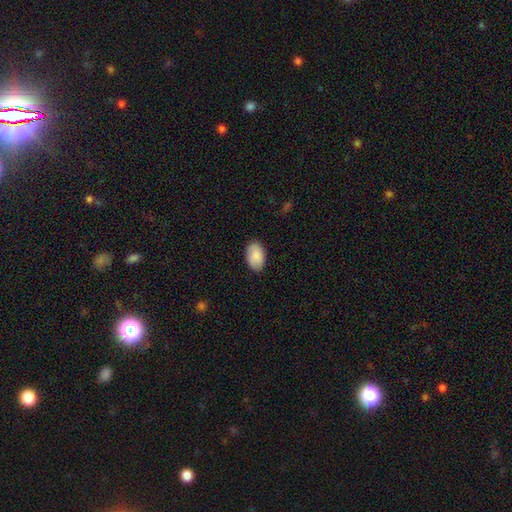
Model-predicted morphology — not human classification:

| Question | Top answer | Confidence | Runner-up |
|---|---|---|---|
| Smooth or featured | smooth | 89% | star or artifact (6%) |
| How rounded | in between | 93% | round (6%) |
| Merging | none | 88% | minor disturbance (9%) |